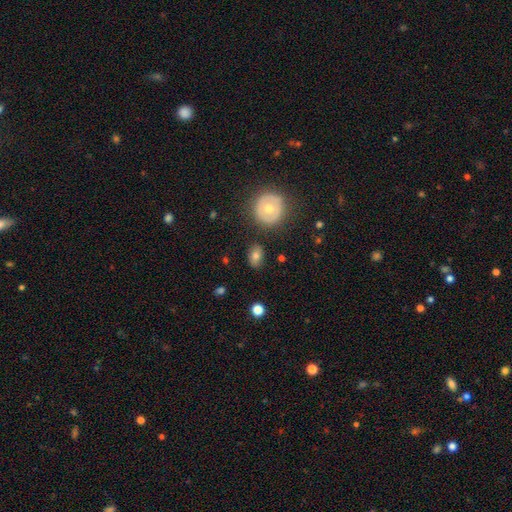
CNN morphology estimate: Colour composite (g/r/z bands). It shows a smooth galaxy with no disk features (73%) that is in between round and cigar-shaped (73%). Merging: none (82%).